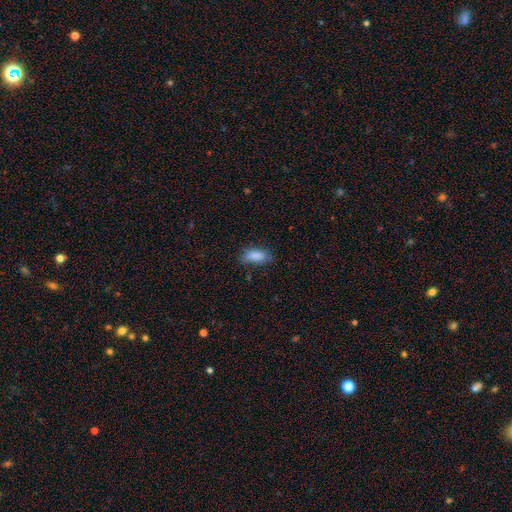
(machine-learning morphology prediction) Smooth or featured?
  - smooth: 85% *
  - star or artifact: 8%
  - featured or disk: 7%
How rounded?
  - in between: 83% *
  - cigar-shaped: 14%
  - round: 3%
Merging?
  - none: 63% *
  - minor disturbance: 27%
  - major disturbance: 8%
  - merger: 2%